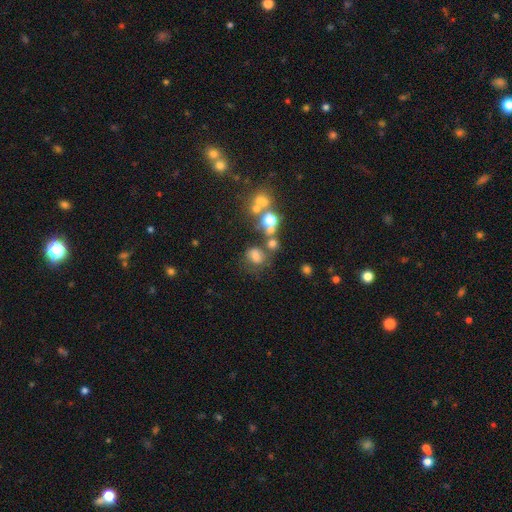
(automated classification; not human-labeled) This is likely a smooth galaxy (63%). How rounded: likely round (61%). Merging: possibly none (51%).